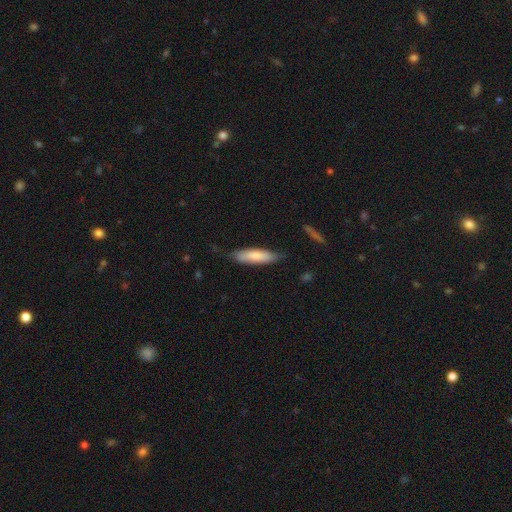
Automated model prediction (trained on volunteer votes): Smooth or featured? Predicted: smooth (p=0.77). How rounded? Predicted: cigar-shaped (p=0.60). Merging? Predicted: none (p=0.73).